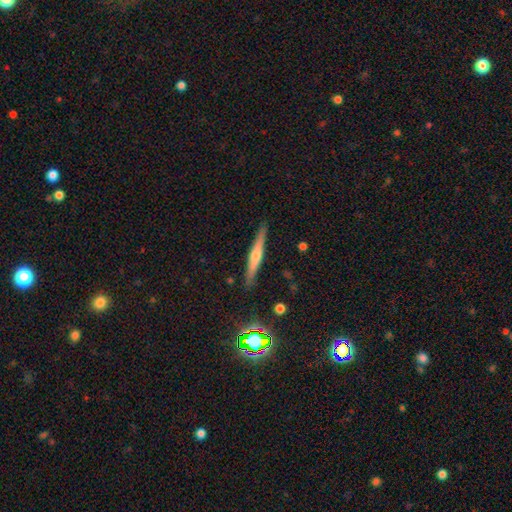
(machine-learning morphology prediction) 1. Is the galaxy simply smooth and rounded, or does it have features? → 63% featured or disk, 28% smooth, 10% star or artifact.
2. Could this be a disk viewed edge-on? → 97% yes, 3% no.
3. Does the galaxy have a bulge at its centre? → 75% rounded, 15% none, 10% boxy.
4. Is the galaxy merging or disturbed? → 89% none, 8% minor disturbance, 2% major disturbance, 1% merger.